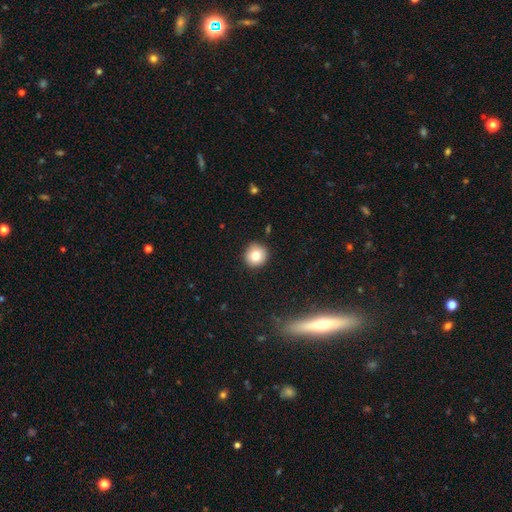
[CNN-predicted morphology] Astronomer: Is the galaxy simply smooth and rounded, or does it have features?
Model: smooth — 79%.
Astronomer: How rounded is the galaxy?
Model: round — 94%.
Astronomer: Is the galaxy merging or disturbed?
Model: none — 91%.